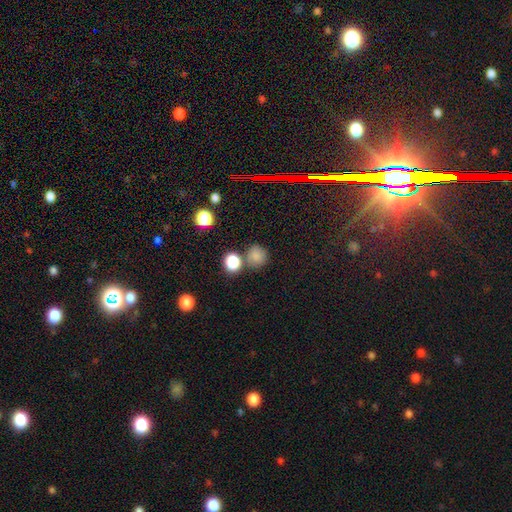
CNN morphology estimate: A smooth galaxy with no disk features (77%) that is round (86%). Merging: none (71%).